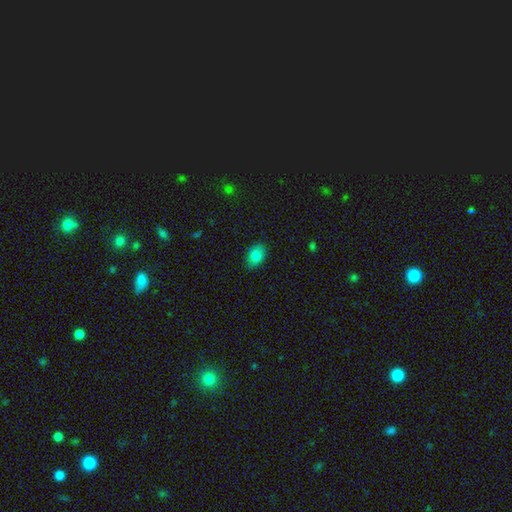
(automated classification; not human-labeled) Morphology: type=smooth (84%); roundness=in between (81%); merging=none (84%).